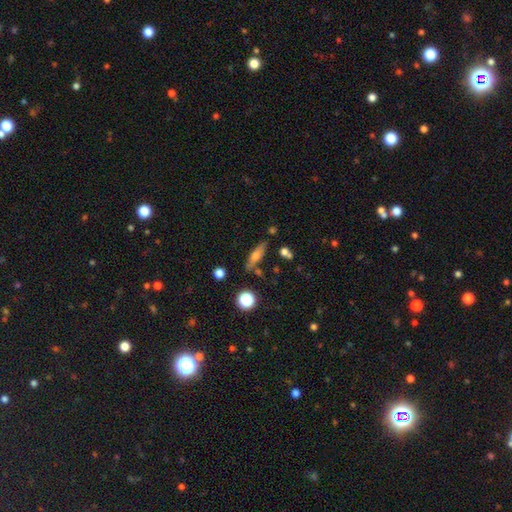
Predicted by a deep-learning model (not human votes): The model was most divided on "how rounded": cigar-shaped: 56%, in between: 39%, round: 5%. More confident: merging — none (74%); smooth or featured — smooth (58%).